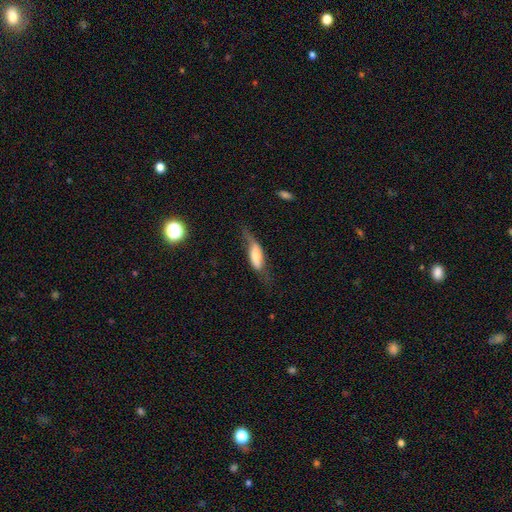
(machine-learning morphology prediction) Overall: smooth (49%; featured or disk 43%). Merging: none (41%; minor disturbance 29%).